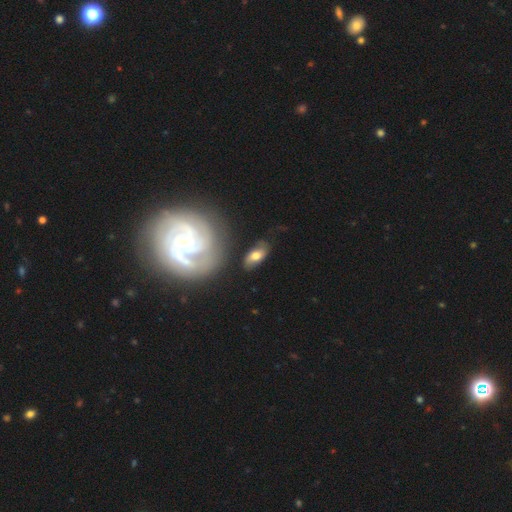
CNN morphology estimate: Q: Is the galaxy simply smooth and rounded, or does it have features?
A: smooth — 54%.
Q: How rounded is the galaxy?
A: in between — 87%.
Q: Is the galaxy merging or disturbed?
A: none — 73%.